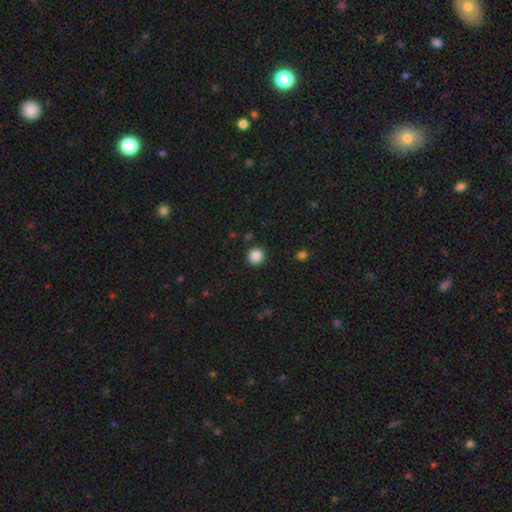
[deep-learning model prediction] smooth_or_featured: smooth (p=0.86) [alt: star or artifact p=0.10]
how_rounded: round (p=0.94) [alt: in between p=0.05]
merging: none (p=0.91) [alt: minor disturbance p=0.06]